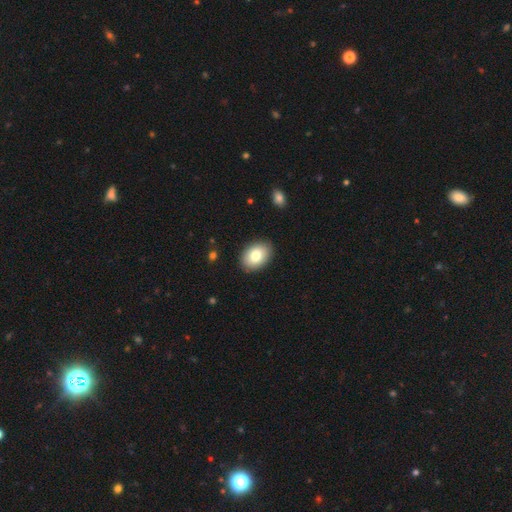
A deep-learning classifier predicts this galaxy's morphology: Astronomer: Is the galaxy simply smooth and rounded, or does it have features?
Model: smooth — 81%.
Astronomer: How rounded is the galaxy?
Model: in between — 81%.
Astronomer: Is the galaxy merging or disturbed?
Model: none — 88%.